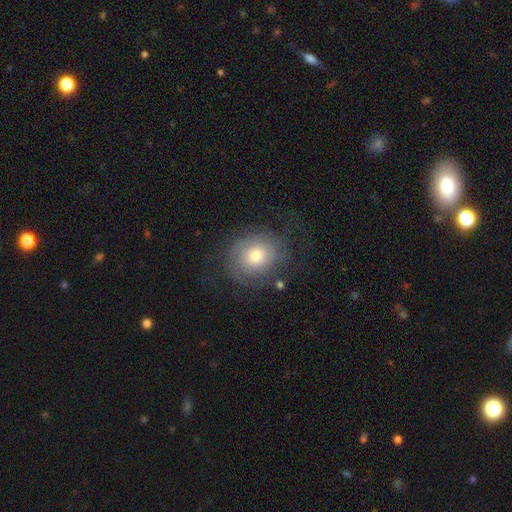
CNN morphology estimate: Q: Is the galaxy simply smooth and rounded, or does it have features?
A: smooth — 50%.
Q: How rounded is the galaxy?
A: round — 67%.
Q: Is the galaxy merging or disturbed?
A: none — 65%.